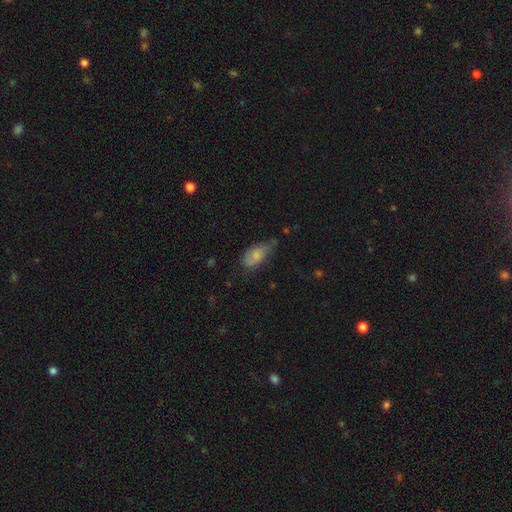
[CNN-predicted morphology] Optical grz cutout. It shows a smooth galaxy with no disk features (67%) that is in between round and cigar-shaped (89%). Merging: minor disturbance (42%).